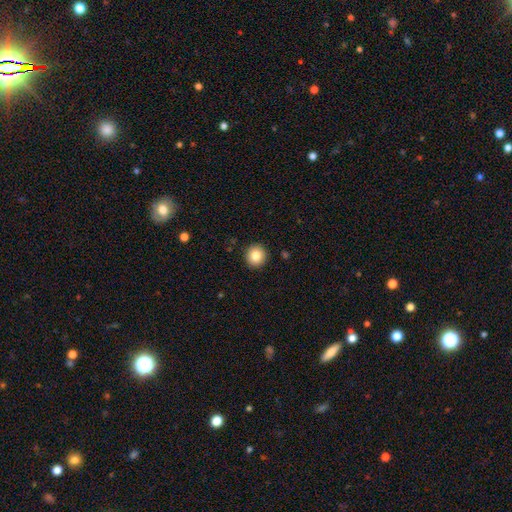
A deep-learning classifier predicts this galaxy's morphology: Smooth or featured?
  - smooth: 83% *
  - star or artifact: 10%
  - featured or disk: 7%
How rounded?
  - round: 93% *
  - in between: 6%
  - cigar-shaped: 1%
Merging?
  - none: 92% *
  - minor disturbance: 5%
  - major disturbance: 2%
  - merger: 1%